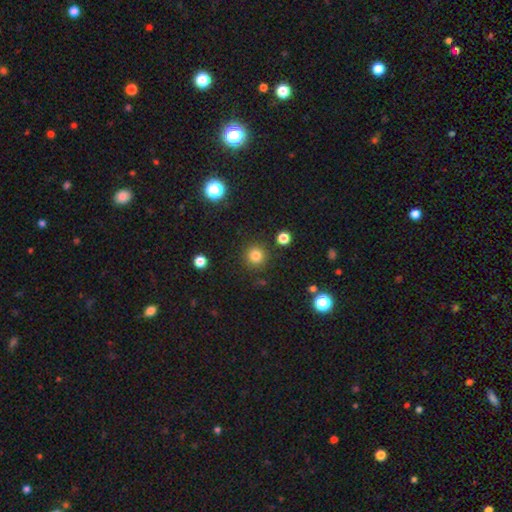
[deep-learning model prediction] This is clearly a smooth galaxy (82%). How rounded: clearly round (95%). Merging: clearly none (90%).